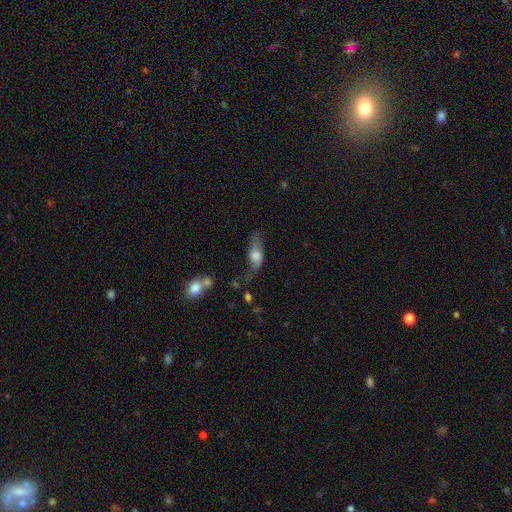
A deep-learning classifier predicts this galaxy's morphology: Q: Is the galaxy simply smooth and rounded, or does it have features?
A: smooth — 51%.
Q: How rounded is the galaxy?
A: in between — 70%.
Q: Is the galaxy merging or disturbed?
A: none — 43%.